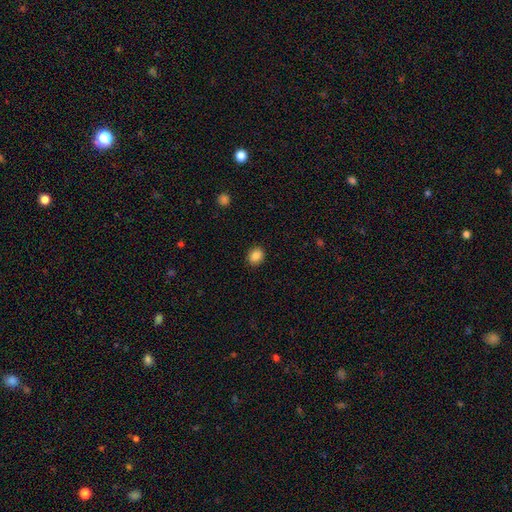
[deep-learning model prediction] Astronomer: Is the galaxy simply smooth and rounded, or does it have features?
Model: smooth — 86%.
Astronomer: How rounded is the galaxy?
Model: round — 64%.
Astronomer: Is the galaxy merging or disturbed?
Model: none — 90%.